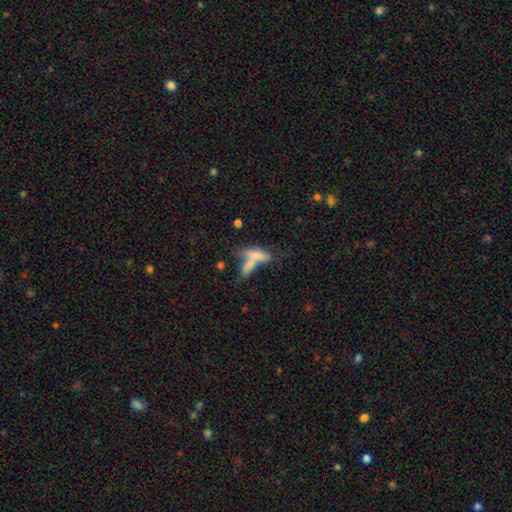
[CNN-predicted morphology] Smooth or featured: smooth — 66% (featured or disk — 24%)
How rounded: cigar-shaped — 54% (in between — 43%)
Merging: merger — 50% (none — 31%)